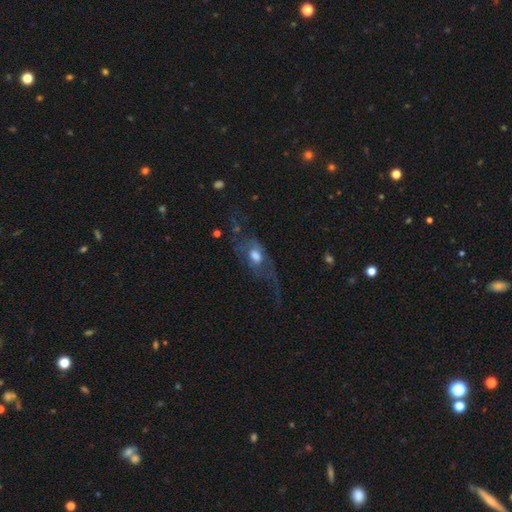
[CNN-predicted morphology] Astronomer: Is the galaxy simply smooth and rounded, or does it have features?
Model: featured or disk — 58%.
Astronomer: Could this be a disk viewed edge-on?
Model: no — 79%.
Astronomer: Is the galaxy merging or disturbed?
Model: major disturbance — 40% (runner-up: none, 37%).